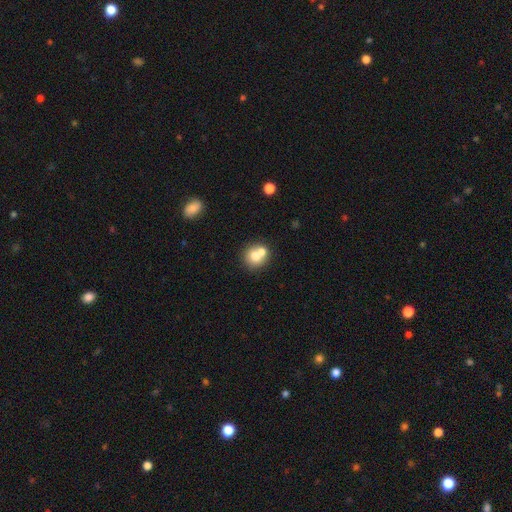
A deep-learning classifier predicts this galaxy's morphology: Smooth or featured: smooth — 71% (featured or disk — 19%)
How rounded: round — 83% (in between — 16%)
Merging: none — 46% (merger — 44%)